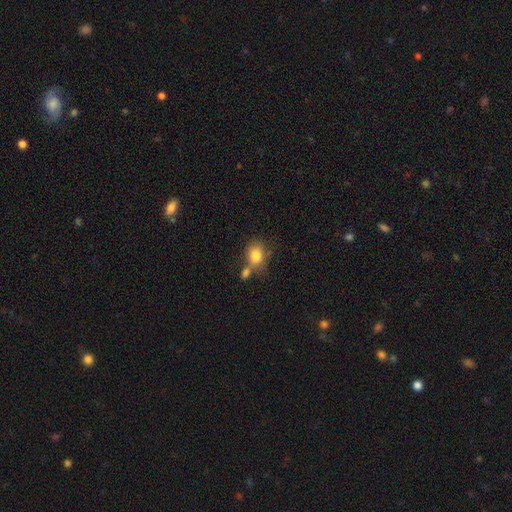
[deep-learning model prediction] Smooth or featured?
  - smooth: 81% *
  - featured or disk: 10%
  - star or artifact: 9%
How rounded?
  - in between: 50% *
  - round: 48%
  - cigar-shaped: 1%
Merging?
  - none: 41% *
  - merger: 35%
  - minor disturbance: 17%
  - major disturbance: 8%